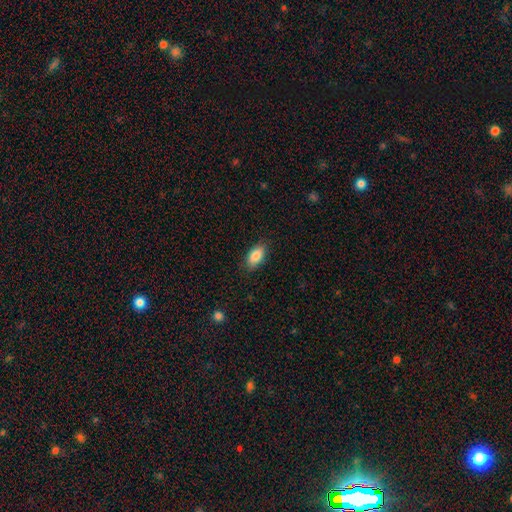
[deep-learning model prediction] A smooth galaxy with no disk features (86%) that is in between round and cigar-shaped (92%).

Vote fractions:
- Smooth or featured? smooth: 86% / featured or disk: 7% / star or artifact: 7%
- How rounded? in between: 92% / cigar-shaped: 4% / round: 4%
- Merging? none: 86% / minor disturbance: 11% / major disturbance: 2% / merger: 1%